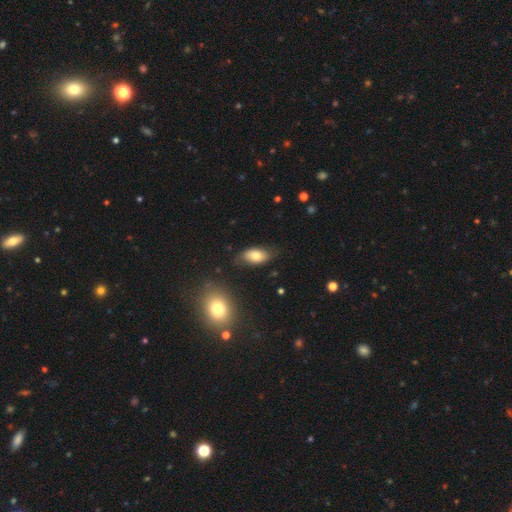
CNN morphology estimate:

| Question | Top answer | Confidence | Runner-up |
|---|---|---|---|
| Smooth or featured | smooth | 74% | featured or disk (18%) |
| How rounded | in between | 92% | round (4%) |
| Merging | none | 73% | minor disturbance (20%) |